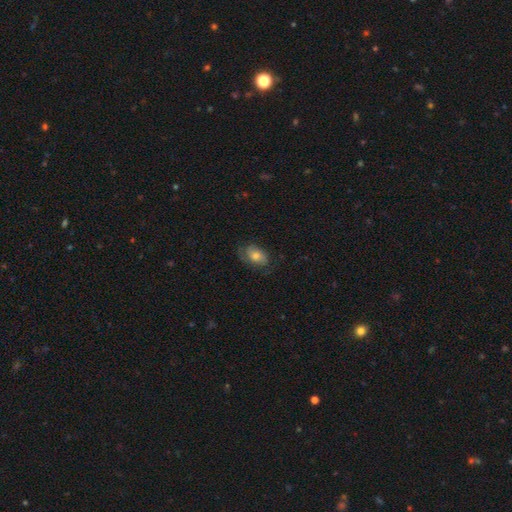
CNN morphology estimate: smooth_or_featured: smooth (p=0.52) [alt: featured or disk p=0.38]
how_rounded: in between (p=0.83) [alt: round p=0.15]
merging: none (p=0.67) [alt: minor disturbance p=0.22]